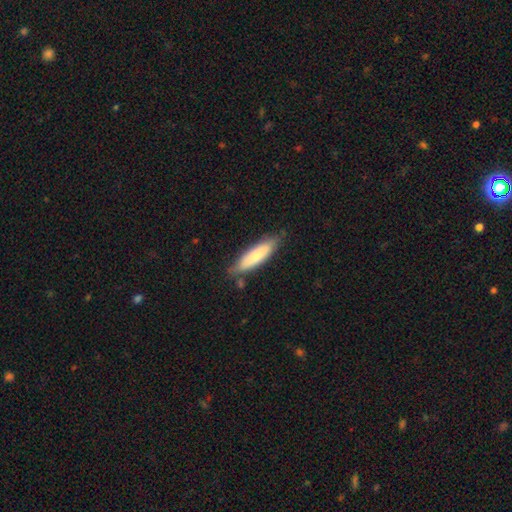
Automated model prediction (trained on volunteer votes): smooth-or-featured: smooth: 75% | featured or disk: 19% | star or artifact: 5%
  how-rounded: cigar-shaped: 64% | in between: 35% | round: 1%
  merging: none: 76% | minor disturbance: 18% | merger: 3% | major disturbance: 3%